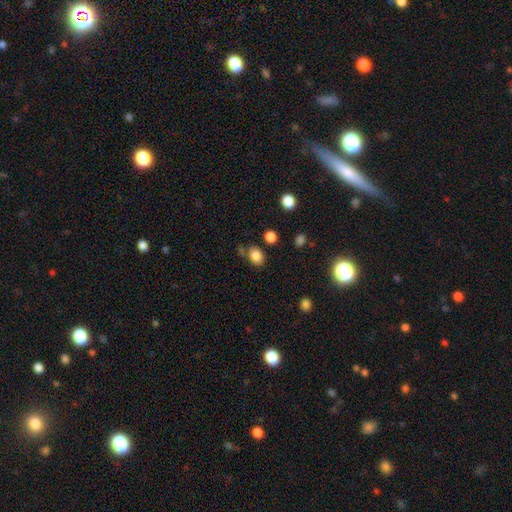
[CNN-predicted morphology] A smooth galaxy with no disk features (84%) that is in between round and cigar-shaped (68%).

Vote fractions:
- Smooth or featured? smooth: 84% / star or artifact: 10% / featured or disk: 6%
- How rounded? in between: 68% / round: 31% / cigar-shaped: 1%
- Merging? none: 71% / minor disturbance: 15% / merger: 9% / major disturbance: 5%